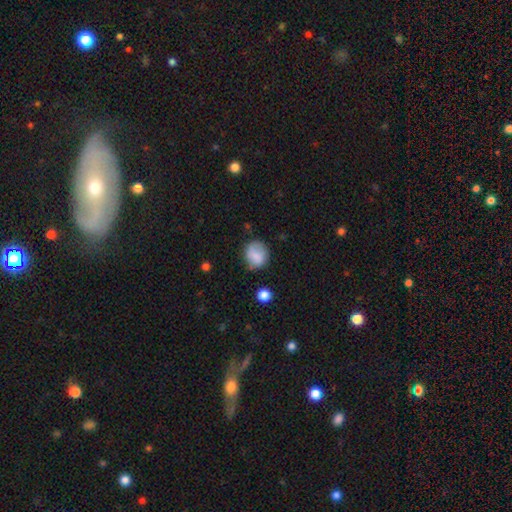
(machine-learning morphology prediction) The model was most divided on "merging": none: 65%, minor disturbance: 24%, major disturbance: 8%, merger: 3%. More confident: smooth or featured — smooth (78%); how rounded — round (75%).